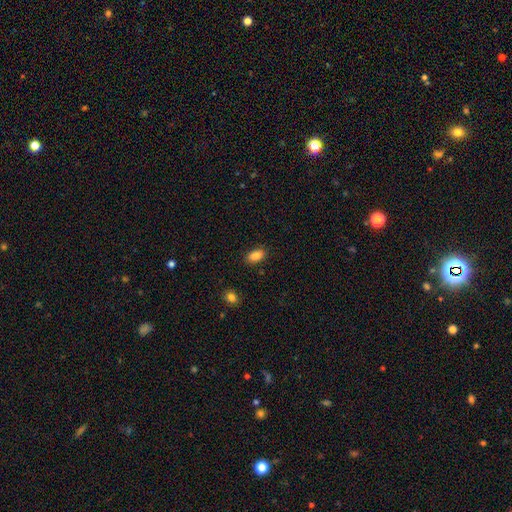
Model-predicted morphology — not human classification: Smooth or featured? Predicted: smooth (p=0.87). How rounded? Predicted: in between (p=0.91). Merging? Predicted: none (p=0.87).